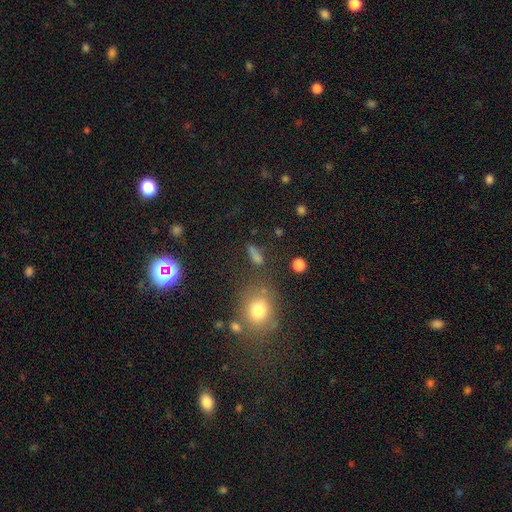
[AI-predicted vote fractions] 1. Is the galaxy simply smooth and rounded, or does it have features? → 61% smooth, 27% star or artifact, 11% featured or disk.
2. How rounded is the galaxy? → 51% in between, 27% round, 22% cigar-shaped.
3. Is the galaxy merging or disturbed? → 69% none, 14% minor disturbance, 10% merger, 7% major disturbance.